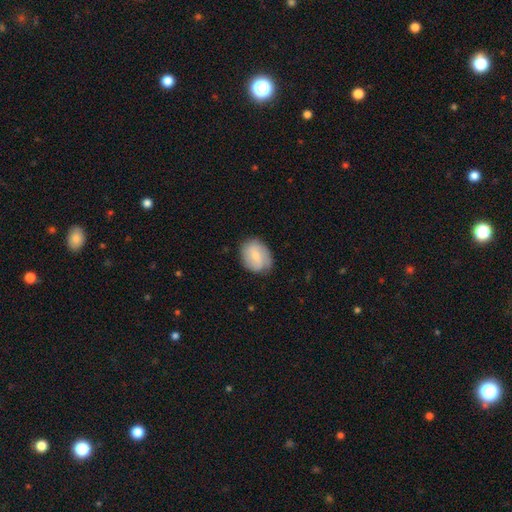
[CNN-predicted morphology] A smooth galaxy with no disk features (62%) that is in between round and cigar-shaped (57%). Merging: none (75%).